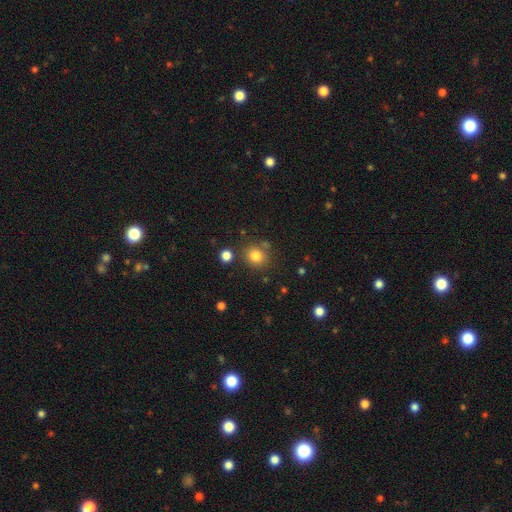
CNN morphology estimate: Smooth or featured? Predicted: smooth (p=0.81). How rounded? Predicted: round (p=0.80). Merging? Predicted: none (p=0.78).